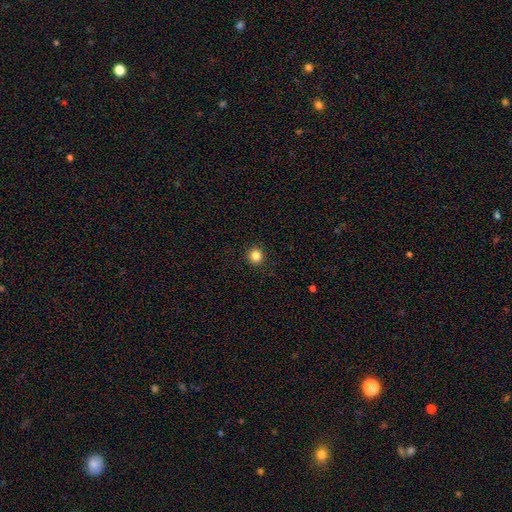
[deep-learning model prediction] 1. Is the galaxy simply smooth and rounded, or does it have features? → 85% smooth, 11% star or artifact, 4% featured or disk.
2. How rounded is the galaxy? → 92% round, 7% in between, 1% cigar-shaped.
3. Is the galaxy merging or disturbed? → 92% none, 5% minor disturbance, 2% major disturbance, 1% merger.